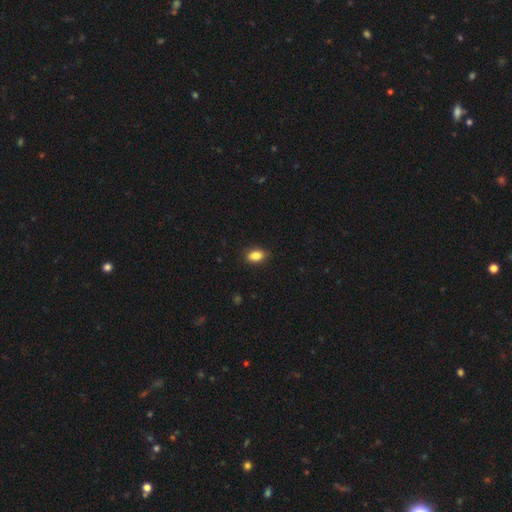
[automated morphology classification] smooth_or_featured: smooth (p=0.86) [alt: star or artifact p=0.09]
how_rounded: in between (p=0.84) [alt: round p=0.14]
merging: none (p=0.86) [alt: minor disturbance p=0.11]